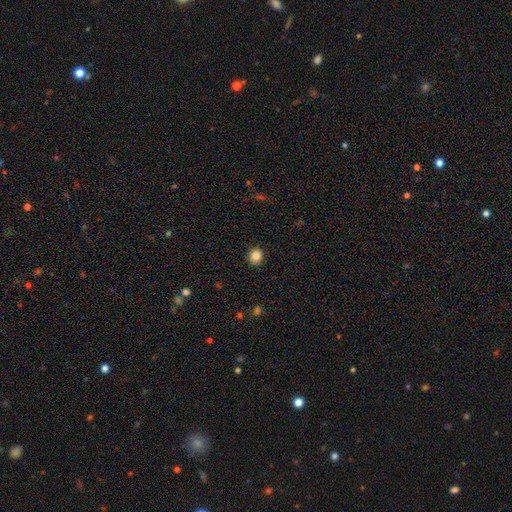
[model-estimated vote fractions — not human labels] This is clearly a smooth galaxy (85%). How rounded: likely round (78%). Merging: clearly none (89%).